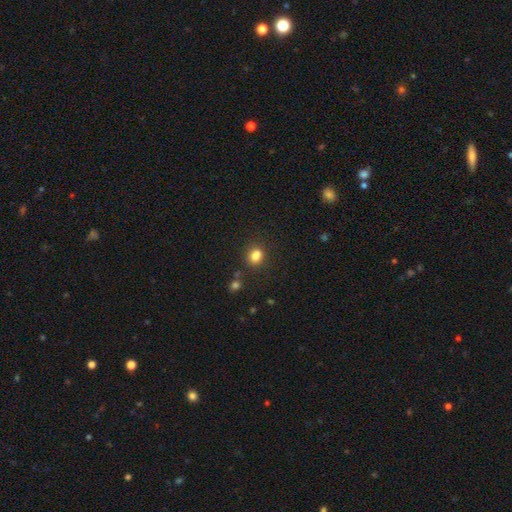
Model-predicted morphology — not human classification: Smooth or featured: smooth — 82% (star or artifact — 12%)
How rounded: round — 56% (in between — 43%)
Merging: none — 72% (minor disturbance — 13%)